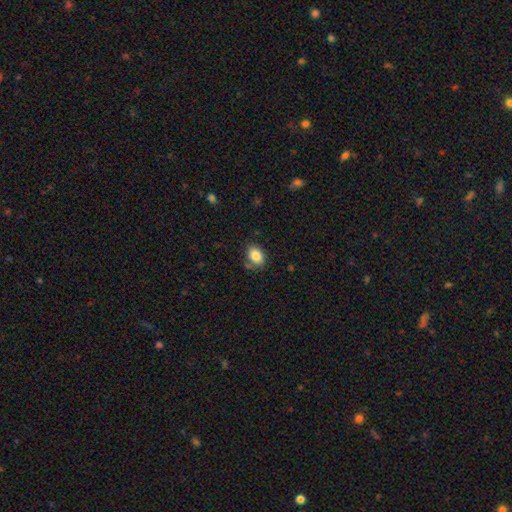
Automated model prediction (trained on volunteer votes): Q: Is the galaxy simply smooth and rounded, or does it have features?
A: smooth — 82%.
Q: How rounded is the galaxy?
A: in between — 77%.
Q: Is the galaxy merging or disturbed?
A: none — 67%.